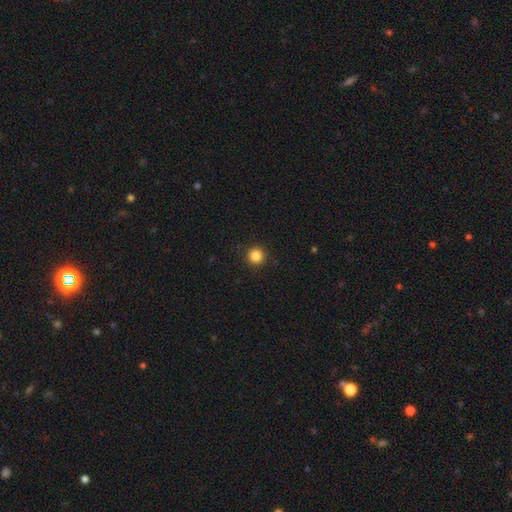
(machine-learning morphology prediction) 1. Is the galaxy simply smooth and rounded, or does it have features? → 85% smooth, 12% star or artifact, 4% featured or disk.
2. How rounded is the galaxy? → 95% round, 4% in between, 1% cigar-shaped.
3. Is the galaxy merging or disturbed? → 92% none, 5% minor disturbance, 2% major disturbance, 1% merger.